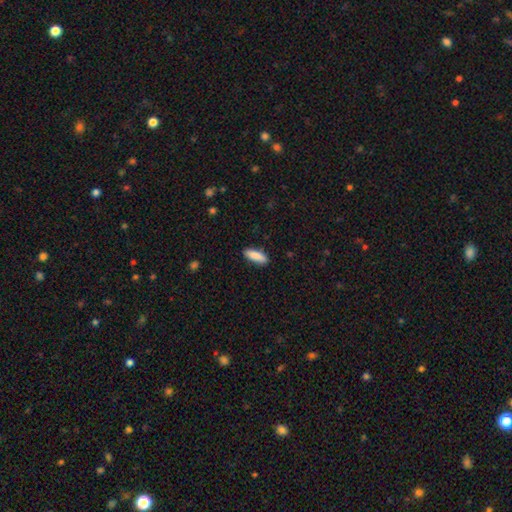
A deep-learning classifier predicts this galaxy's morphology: A smooth galaxy with no disk features (88%) that is in between round and cigar-shaped (62%).

Vote fractions:
- Smooth or featured? smooth: 88% / featured or disk: 6% / star or artifact: 6%
- How rounded? in between: 62% / cigar-shaped: 37% / round: 2%
- Merging? none: 87% / minor disturbance: 10% / major disturbance: 2% / merger: 1%